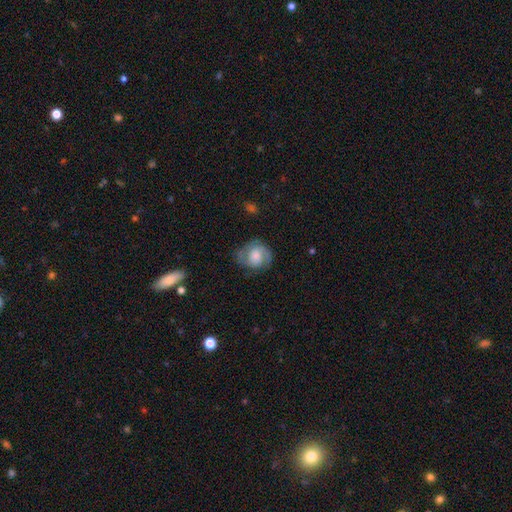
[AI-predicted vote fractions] Q: Smooth or featured?
A: featured or disk (63%); runner-up: smooth (29%)
Q: Edge-on disk?
A: no (97%); runner-up: yes (3%)
Q: Bar?
A: no (63%); runner-up: weak (31%)
Q: Spiral arms?
A: yes (90%); runner-up: no (10%)
Q: Spiral winding?
A: medium (46%); runner-up: tight (38%)
Q: Spiral arm count?
A: 2 (82%); runner-up: can't tell (9%)
Q: Bulge size?
A: large (36%); runner-up: moderate (33%)
Q: Merging?
A: none (71%); runner-up: minor disturbance (19%)